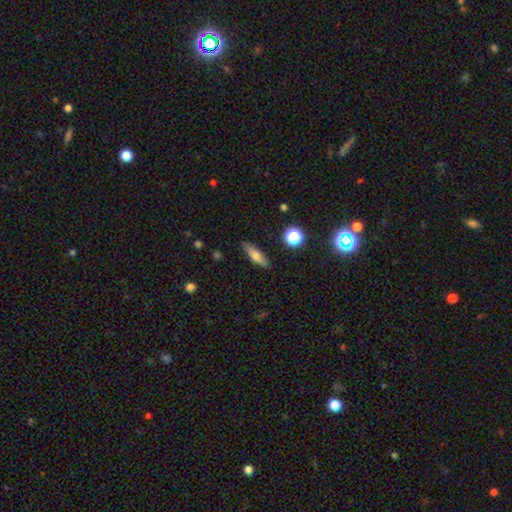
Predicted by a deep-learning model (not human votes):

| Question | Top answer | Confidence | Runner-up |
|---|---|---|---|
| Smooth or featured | smooth | 72% | featured or disk (18%) |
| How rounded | cigar-shaped | 51% | in between (45%) |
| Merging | none | 84% | minor disturbance (12%) |